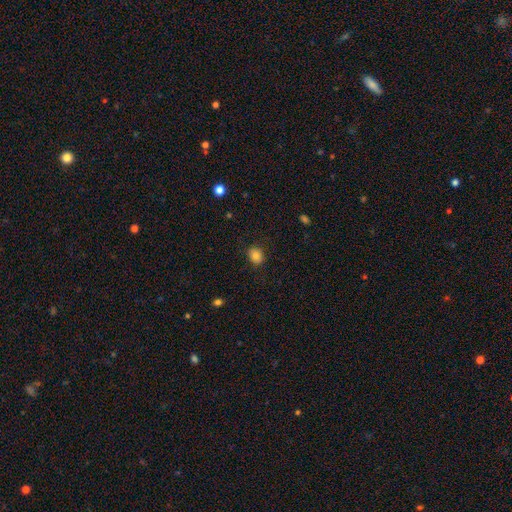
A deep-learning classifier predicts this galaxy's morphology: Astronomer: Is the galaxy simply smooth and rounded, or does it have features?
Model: smooth — 82%.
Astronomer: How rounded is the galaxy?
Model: round — 62% (runner-up: in between, 37%).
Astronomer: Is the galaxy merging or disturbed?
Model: none — 86%.